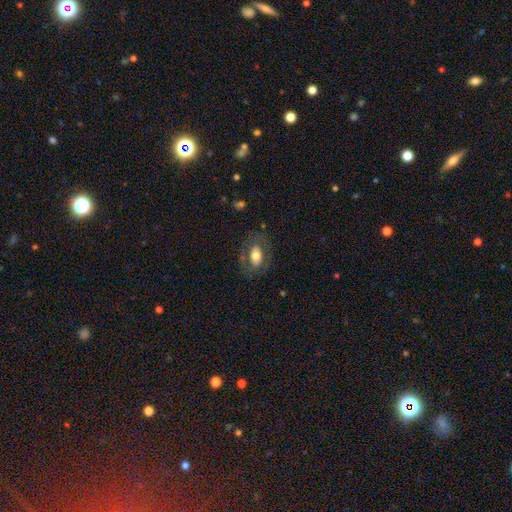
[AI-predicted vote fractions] Overall: smooth (57%; featured or disk 36%). How rounded: in between (84%). Merging: none (73%).